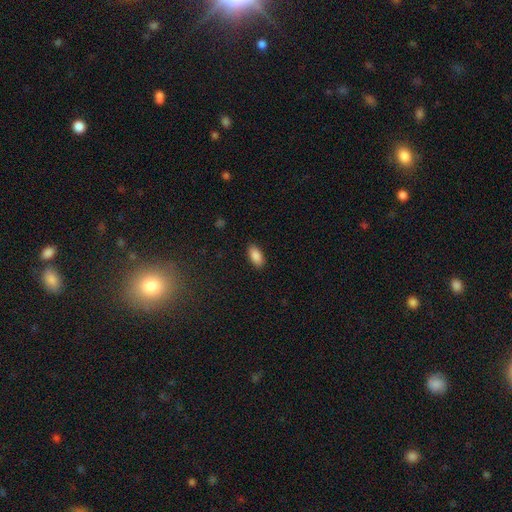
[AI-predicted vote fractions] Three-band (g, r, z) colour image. It shows a smooth galaxy with no disk features (88%) that is in between round and cigar-shaped (92%). Merging: none (89%).